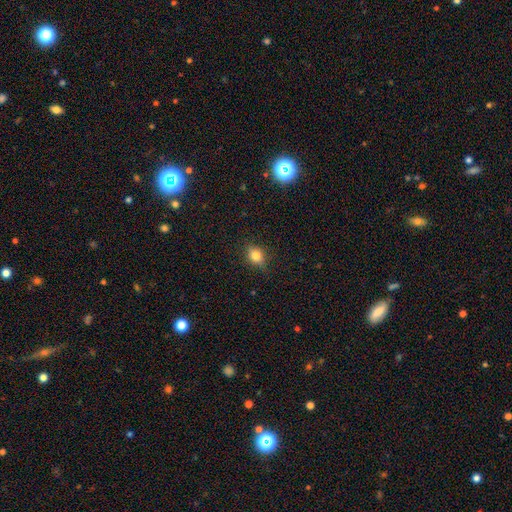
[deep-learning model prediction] Morphology: type=smooth (77%); roundness=round (51%); merging=none (79%).